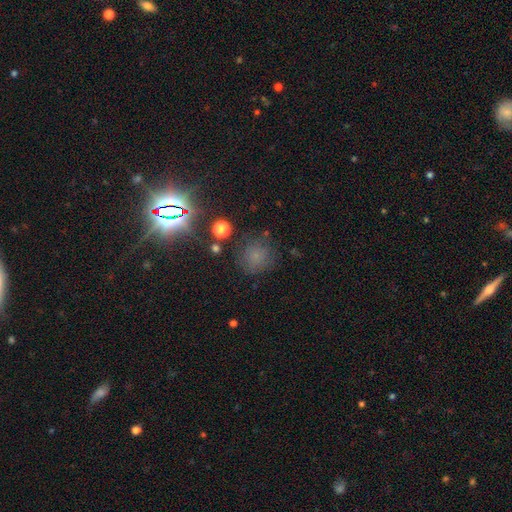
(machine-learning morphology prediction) A smooth galaxy with no disk features (61%) that is round (90%). Merging: none (77%).